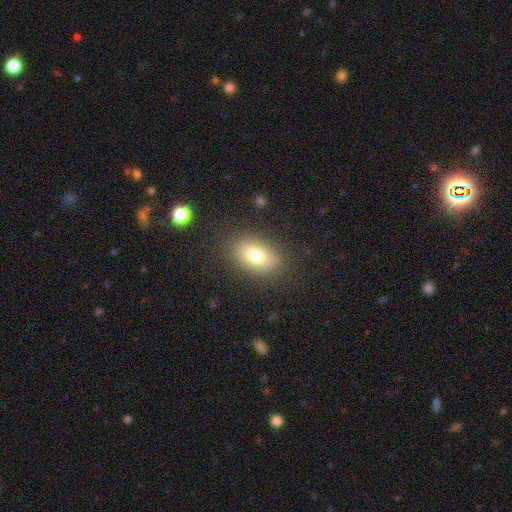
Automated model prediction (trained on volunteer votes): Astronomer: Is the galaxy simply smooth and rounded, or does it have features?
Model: smooth — 77%.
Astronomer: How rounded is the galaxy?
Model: in between — 86%.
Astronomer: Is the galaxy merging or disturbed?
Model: none — 83%.